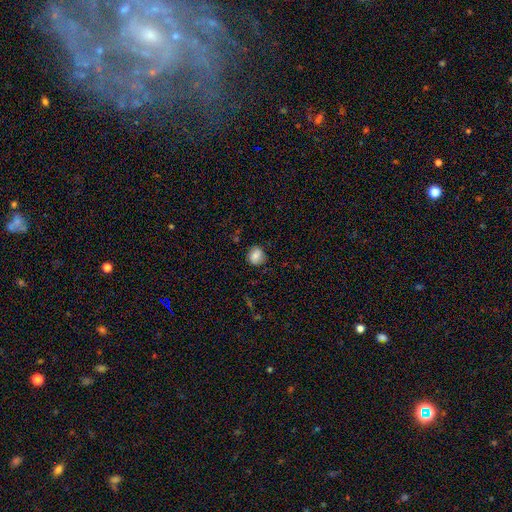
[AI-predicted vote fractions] Smooth or featured: smooth — 82% (featured or disk — 9%)
How rounded: round — 80% (in between — 19%)
Merging: none — 80% (minor disturbance — 15%)